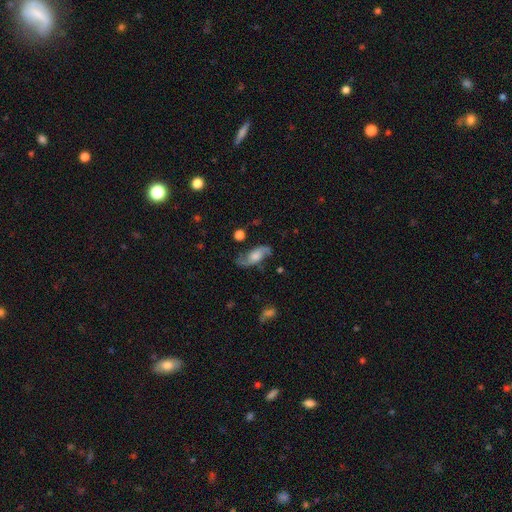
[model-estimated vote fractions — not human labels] Smooth or featured? featured or disk (73%)
Edge-on disk? no (90%)
Bar? no (62%)
Spiral arms? yes (93%)
Spiral winding? loose (54%)
Spiral arm count? 2 (90%)
Bulge size? moderate (40%)
Merging? none (73%)